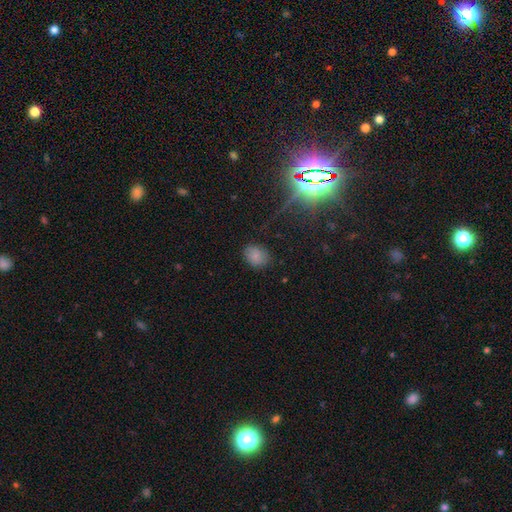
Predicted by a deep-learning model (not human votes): The model was most divided on "how rounded": round: 54%, in between: 44%, cigar-shaped: 1%. More confident: merging — none (82%); smooth or featured — smooth (80%).